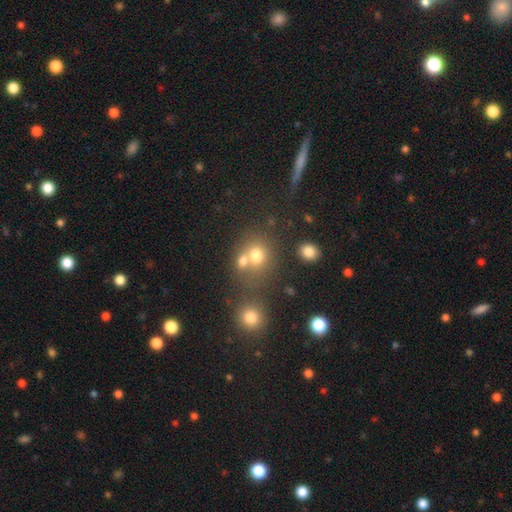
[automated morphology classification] smooth 72%, star or artifact 17%, featured or disk 11%. Down the decision tree: how rounded — round (76%); merging — none (50%).